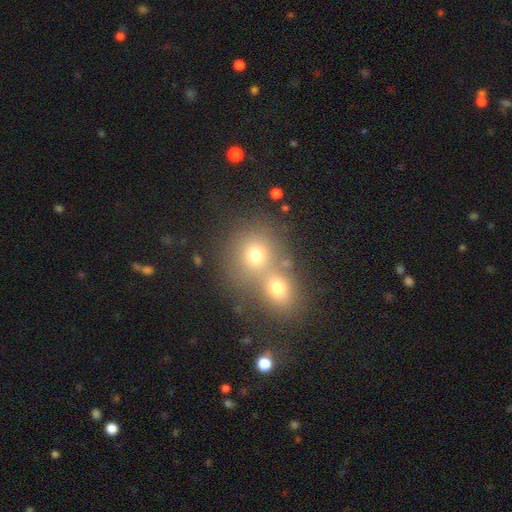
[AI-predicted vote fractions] Smooth or featured? smooth (69%)
How rounded? round (76%)
Merging? merger (58%)